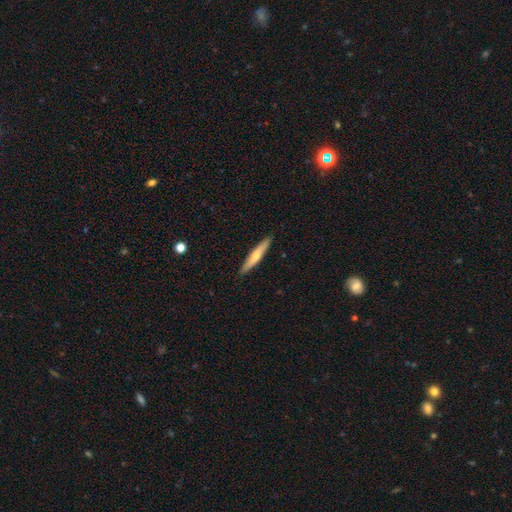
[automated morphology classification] A smooth galaxy with no disk features (54%) that is cigar-shaped (90%). Merging: none (90%).